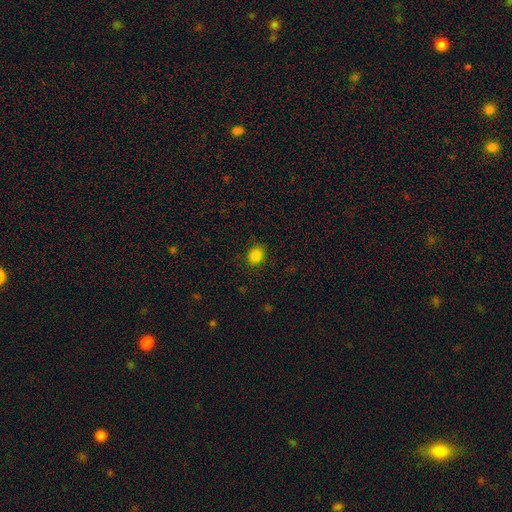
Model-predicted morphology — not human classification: type=smooth (85%); roundness=round (62%); merging=none (87%).